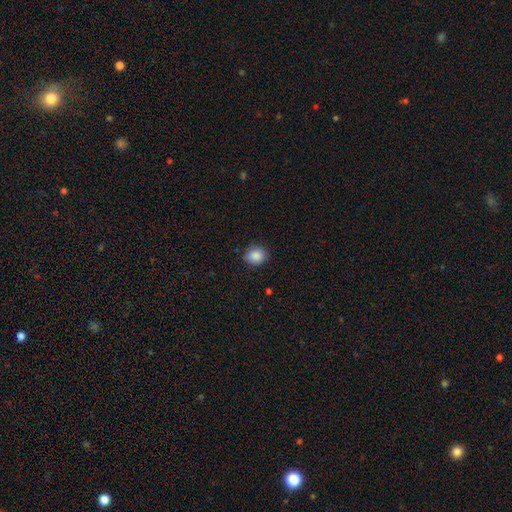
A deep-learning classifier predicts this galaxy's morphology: smooth_or_featured: smooth (p=0.88) [alt: star or artifact p=0.08]
how_rounded: round (p=0.66) [alt: in between p=0.33]
merging: none (p=0.84) [alt: minor disturbance p=0.12]